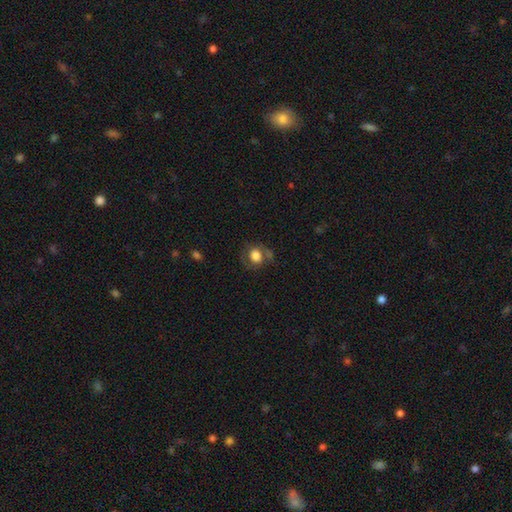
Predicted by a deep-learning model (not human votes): This appears to be a smooth galaxy with no disk features (69%) that is round (62%). Merging: none (57%).